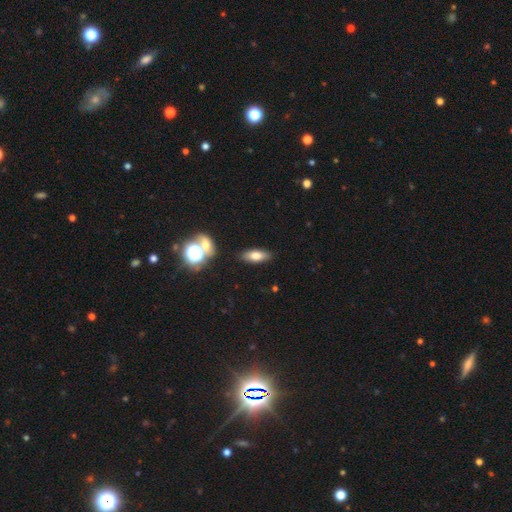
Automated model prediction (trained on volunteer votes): smooth_or_featured: smooth (p=0.70) [alt: featured or disk p=0.18]
how_rounded: in between (p=0.71) [alt: cigar-shaped p=0.24]
merging: none (p=0.85) [alt: minor disturbance p=0.09]